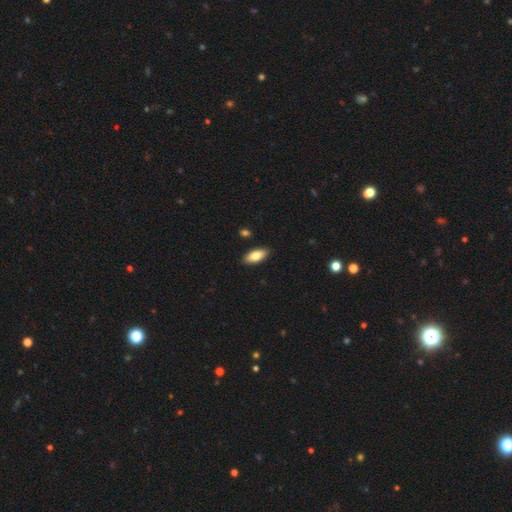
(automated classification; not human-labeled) Smooth or featured: smooth — 80% (featured or disk — 13%)
How rounded: in between — 87% (cigar-shaped — 11%)
Merging: none — 89% (minor disturbance — 8%)